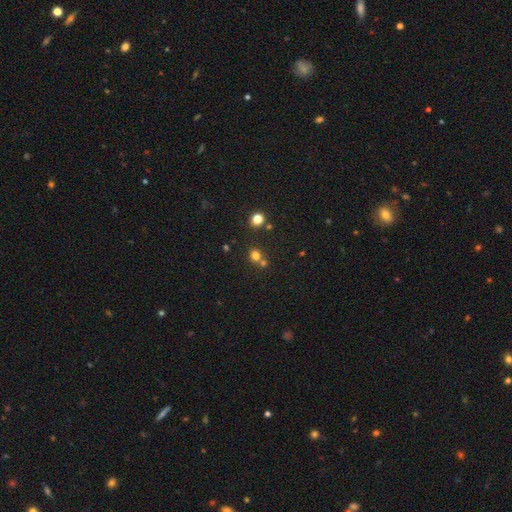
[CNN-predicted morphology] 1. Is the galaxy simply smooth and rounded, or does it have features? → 74% smooth, 19% star or artifact, 8% featured or disk.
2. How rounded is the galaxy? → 82% round, 17% in between, 1% cigar-shaped.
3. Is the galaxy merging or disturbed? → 58% none, 32% merger, 7% minor disturbance, 3% major disturbance.